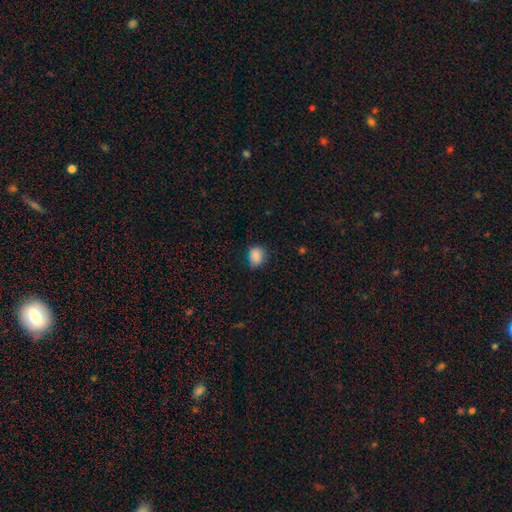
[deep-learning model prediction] Morphology: type=smooth (85%); roundness=round (51%); merging=none (62%).